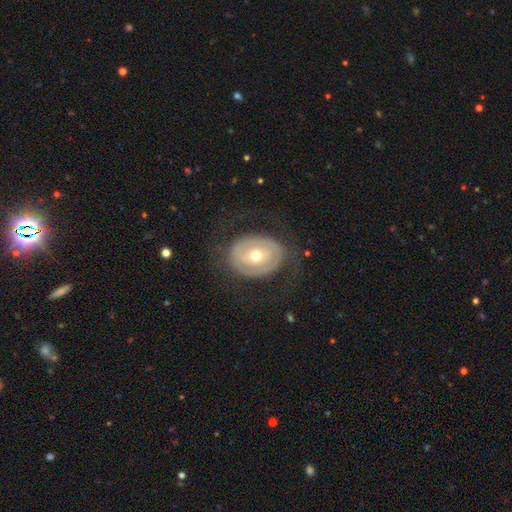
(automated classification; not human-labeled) Smooth or featured?
  - featured or disk: 69% *
  - smooth: 25%
  - star or artifact: 6%
Edge-on disk?
  - no: 94% *
  - yes: 6%
Bar?
  - no: 54% *
  - weak: 29%
  - strong: 17%
Spiral arms?
  - yes: 51% *
  - no: 49%
Bulge size?
  - moderate: 54% *
  - small: 41%
  - large: 3%
  - dominant: 1%
  - none: 1%
Merging?
  - none: 69% *
  - major disturbance: 16%
  - minor disturbance: 14%
  - merger: 1%